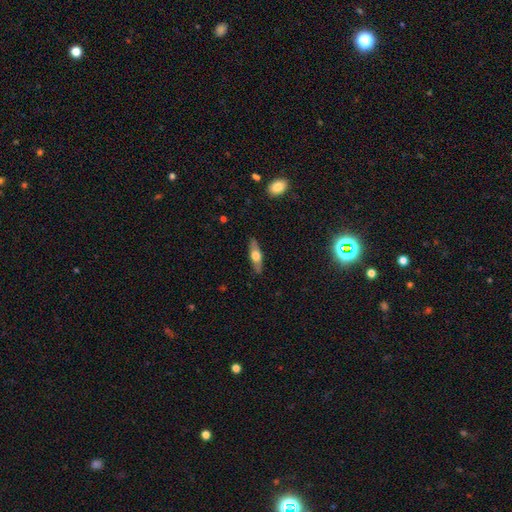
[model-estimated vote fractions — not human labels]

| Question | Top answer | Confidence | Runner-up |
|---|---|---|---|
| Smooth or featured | featured or disk | 51% | smooth (43%) |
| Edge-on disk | yes | 89% | no (11%) |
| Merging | none | 87% | minor disturbance (10%) |